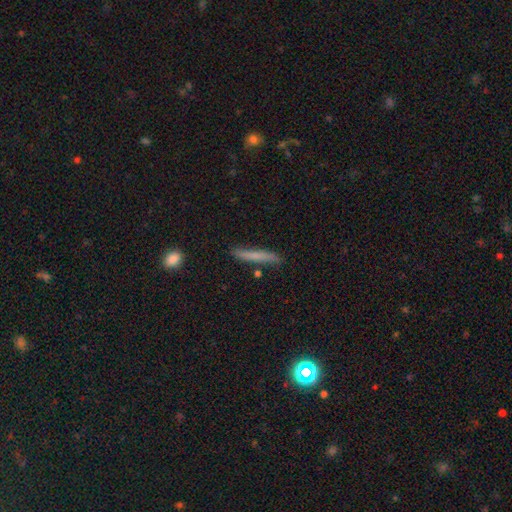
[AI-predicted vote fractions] Smooth or featured? Predicted: smooth (p=0.68). How rounded? Predicted: cigar-shaped (p=0.94). Merging? Predicted: none (p=0.83).